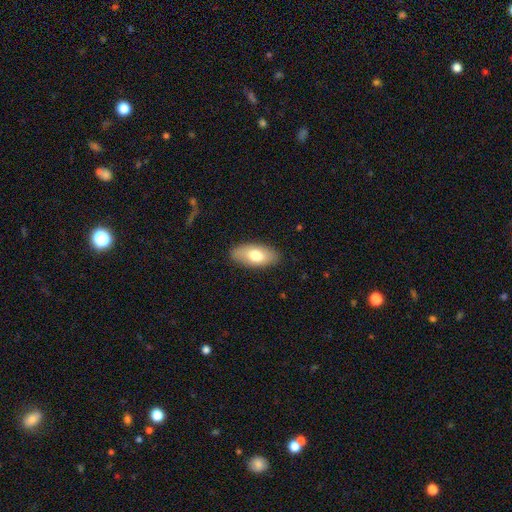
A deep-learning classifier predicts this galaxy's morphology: The model was most divided on "smooth or featured": smooth: 74%, featured or disk: 21%, star or artifact: 6%. More confident: how rounded — in between (90%); merging — none (86%).